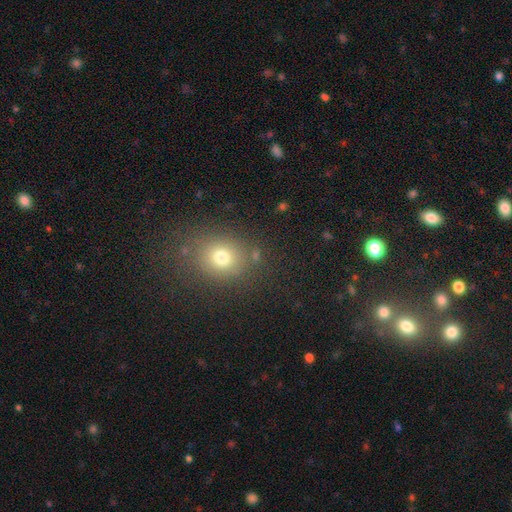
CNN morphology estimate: smooth 71%, star or artifact 20%, featured or disk 9%. Down the decision tree: how rounded — round (67%); merging — none (80%).